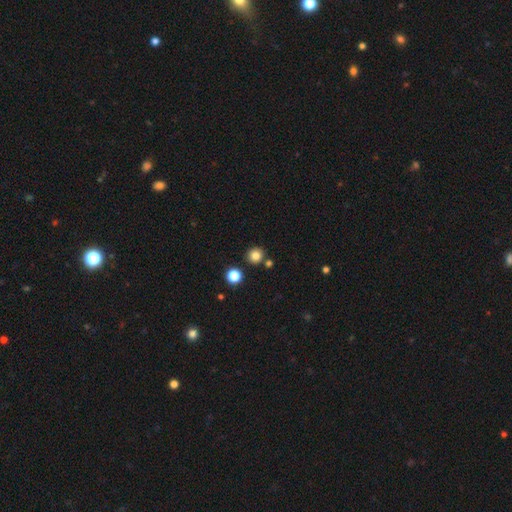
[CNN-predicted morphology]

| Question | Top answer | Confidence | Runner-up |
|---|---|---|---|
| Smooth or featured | smooth | 82% | star or artifact (13%) |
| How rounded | round | 92% | in between (7%) |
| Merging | none | 83% | merger (8%) |